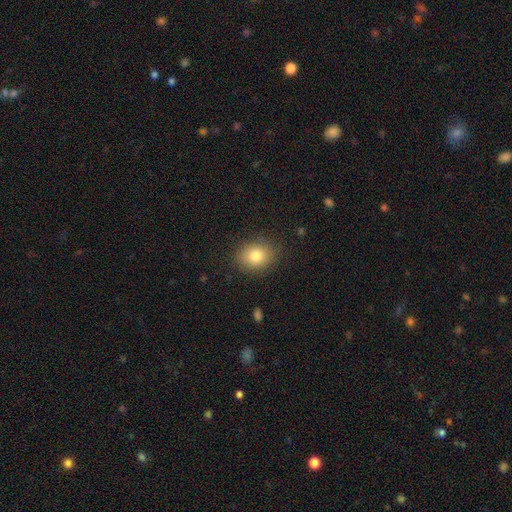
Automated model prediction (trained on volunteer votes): A smooth galaxy with no disk features (82%) that is round (52%).

Vote fractions:
- Smooth or featured? smooth: 82% / star or artifact: 10% / featured or disk: 9%
- How rounded? round: 52% / in between: 47% / cigar-shaped: 1%
- Merging? none: 86% / minor disturbance: 10% / major disturbance: 3% / merger: 1%